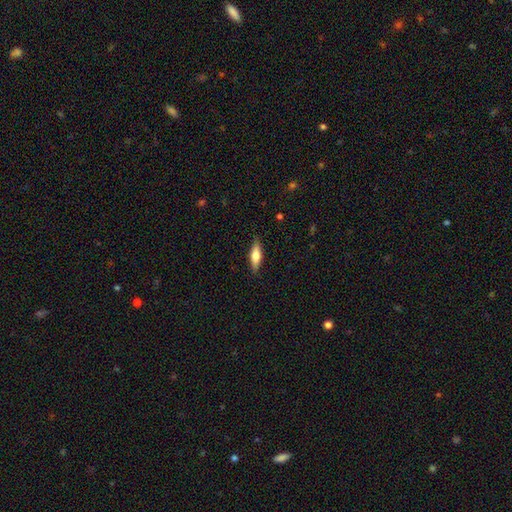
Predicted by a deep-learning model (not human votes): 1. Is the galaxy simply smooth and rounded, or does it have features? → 56% smooth, 38% featured or disk, 6% star or artifact.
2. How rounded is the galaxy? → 52% cigar-shaped, 45% in between, 3% round.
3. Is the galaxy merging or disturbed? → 87% none, 10% minor disturbance, 2% major disturbance, 1% merger.